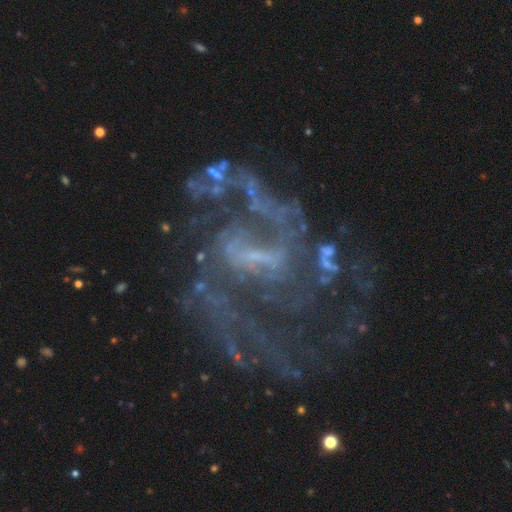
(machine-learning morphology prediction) Smooth or featured?
  - featured or disk: 81% *
  - star or artifact: 13%
  - smooth: 6%
Edge-on disk?
  - no: 97% *
  - yes: 3%
Bar?
  - weak: 45% *
  - no: 32%
  - strong: 24%
Spiral arms?
  - yes: 76% *
  - no: 24%
Spiral winding?
  - medium: 43% *
  - loose: 35%
  - tight: 21%
Spiral arm count?
  - 2: 37% *
  - can't tell: 34%
  - 3: 10%
  - 1: 8%
  - 4: 6%
  - more than 4: 5%
Bulge size?
  - small: 42% *
  - none: 40%
  - moderate: 15%
  - large: 2%
  - dominant: 1%
Merging?
  - none: 43% *
  - major disturbance: 35%
  - minor disturbance: 16%
  - merger: 5%